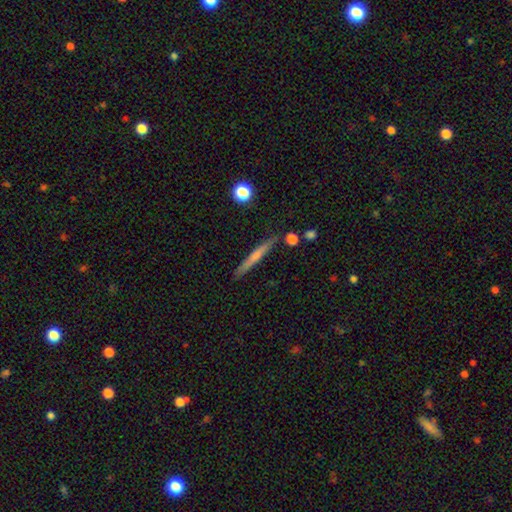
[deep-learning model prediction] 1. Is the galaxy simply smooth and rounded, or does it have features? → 51% smooth, 43% featured or disk, 7% star or artifact.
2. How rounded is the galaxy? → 95% cigar-shaped, 3% in between, 2% round.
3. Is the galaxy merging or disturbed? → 88% none, 8% minor disturbance, 2% merger, 2% major disturbance.